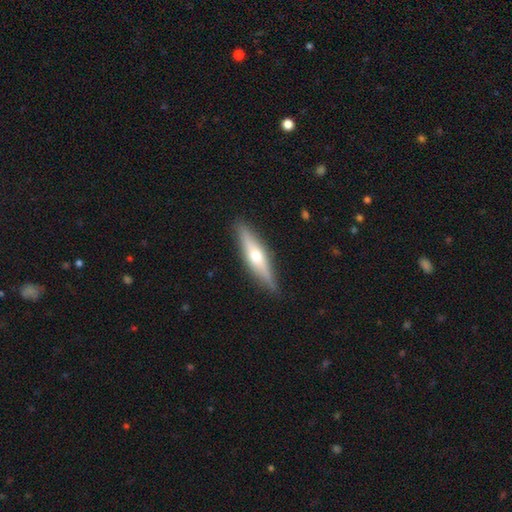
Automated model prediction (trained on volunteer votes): A featured or disk galaxy (57%) viewed edge-on (92%) with a rounded central bulge (89%).

Vote fractions:
- Smooth or featured? featured or disk: 57% / smooth: 37% / star or artifact: 6%
- Edge-on disk? yes: 92% / no: 8%
- Edge-on bulge? rounded: 89% / none: 6% / boxy: 5%
- Merging? none: 88% / minor disturbance: 9% / major disturbance: 2% / merger: 1%